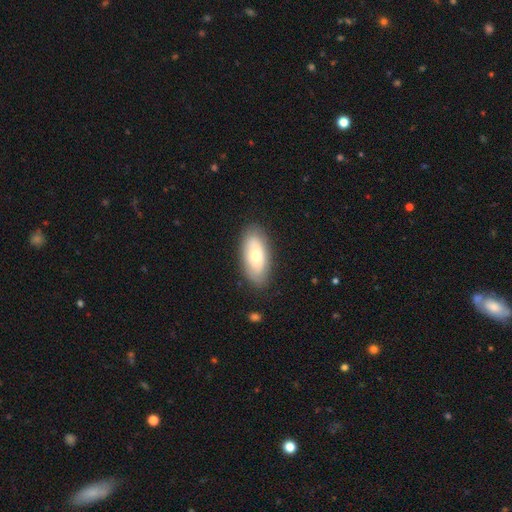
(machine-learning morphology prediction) Smooth or featured? smooth (63%)
How rounded? in between (90%)
Merging? none (84%)